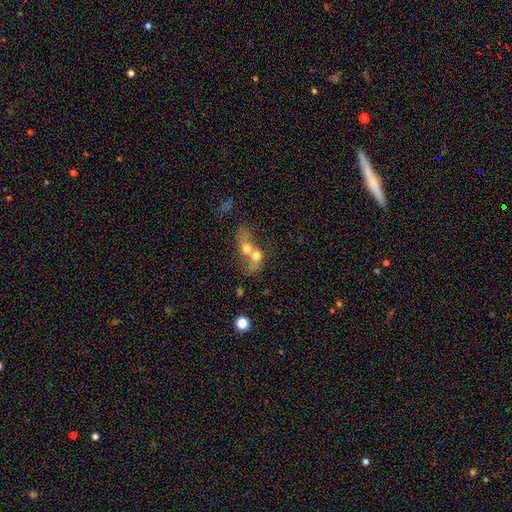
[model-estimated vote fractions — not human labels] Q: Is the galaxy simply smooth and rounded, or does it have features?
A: smooth — 61%.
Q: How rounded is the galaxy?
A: round — 53%.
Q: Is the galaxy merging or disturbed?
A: merger — 77%.